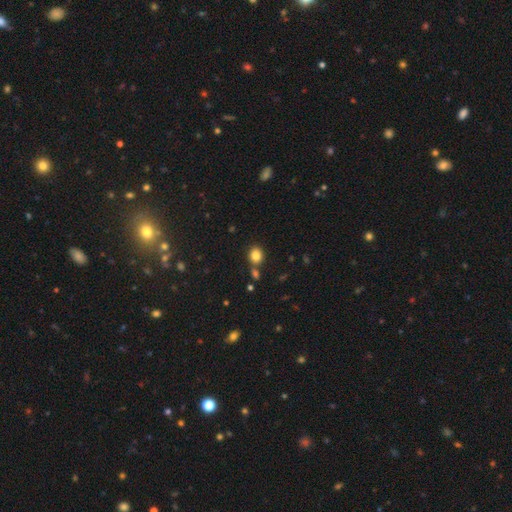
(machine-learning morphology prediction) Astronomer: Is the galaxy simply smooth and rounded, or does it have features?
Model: smooth — 84%.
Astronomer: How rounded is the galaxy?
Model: round — 65%.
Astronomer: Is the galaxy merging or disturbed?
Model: none — 72%.